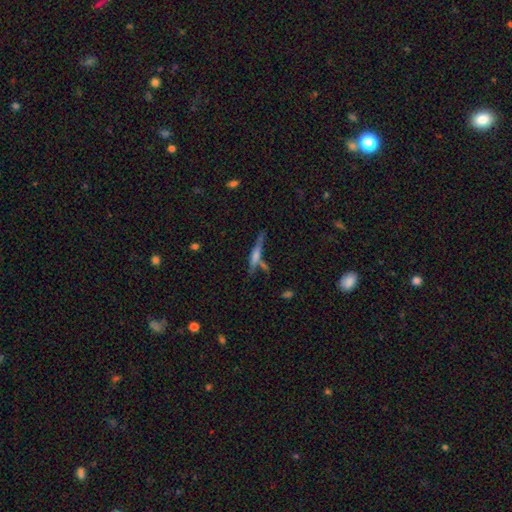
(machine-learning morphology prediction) type=featured or disk (52%); edge-on=yes (94%); merging=none (68%).